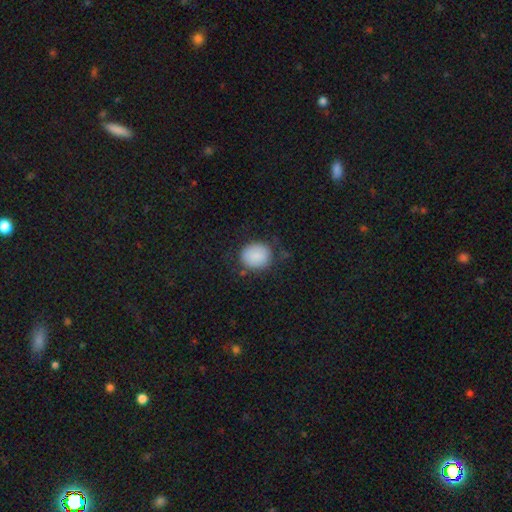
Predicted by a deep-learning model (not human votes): Smooth or featured: smooth — 84% (featured or disk — 8%)
How rounded: round — 74% (in between — 26%)
Merging: none — 67% (minor disturbance — 21%)